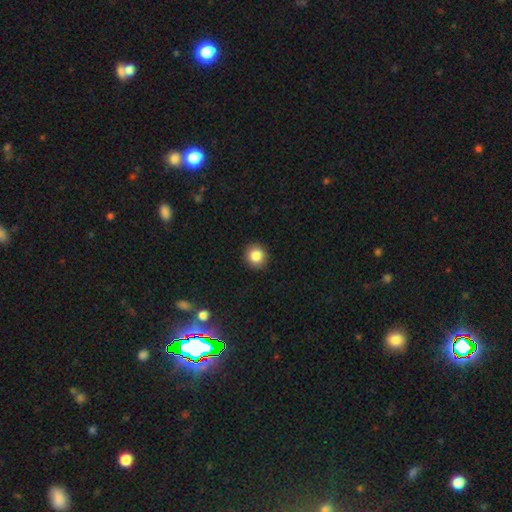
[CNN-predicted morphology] This is clearly a smooth galaxy (86%). How rounded: clearly round (92%). Merging: clearly none (91%).